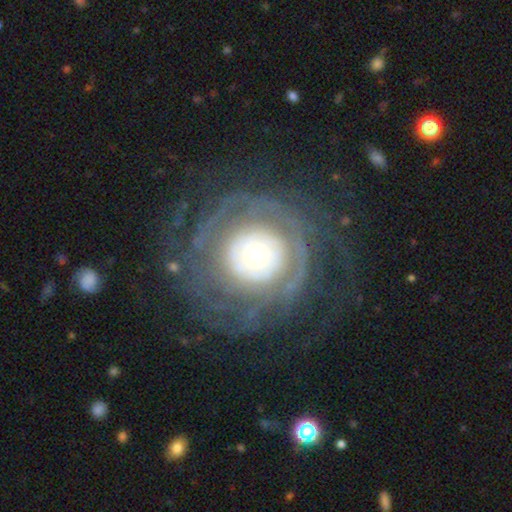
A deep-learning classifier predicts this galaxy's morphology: This is likely a featured or disk galaxy (74%). It is clearly not viewed edge-on (97%). Bar: clearly no (84%). Spiral arm pattern: likely yes (77%). Spiral arm count: marginally can't tell (42%). Spiral winding: likely tight (64%). Central bulge: marginally small (43%). Merging: likely none (63%).